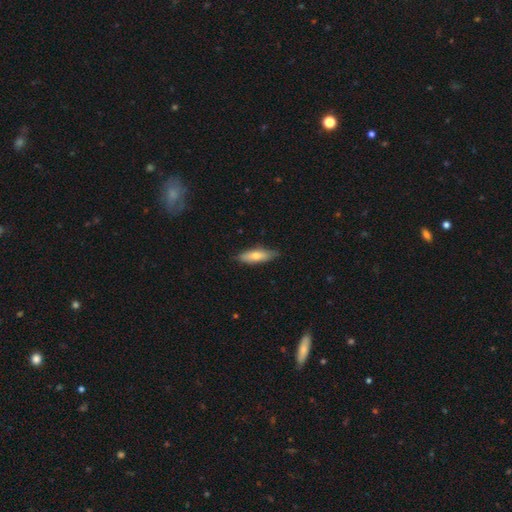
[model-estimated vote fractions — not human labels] A smooth galaxy with no disk features (67%) that is in between round and cigar-shaped (49%). Merging: none (77%).